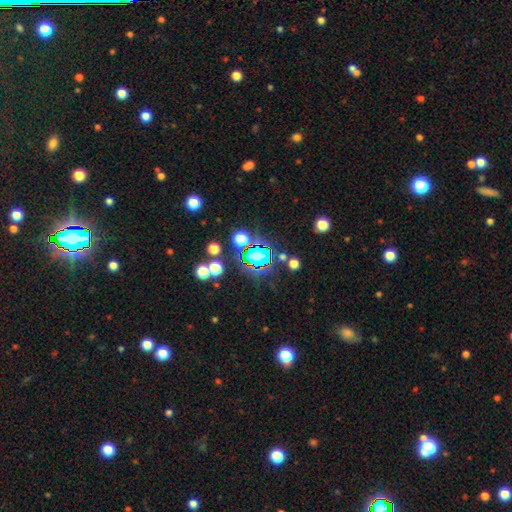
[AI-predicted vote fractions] Q: Smooth or featured?
A: star or artifact (53%); runner-up: smooth (34%)